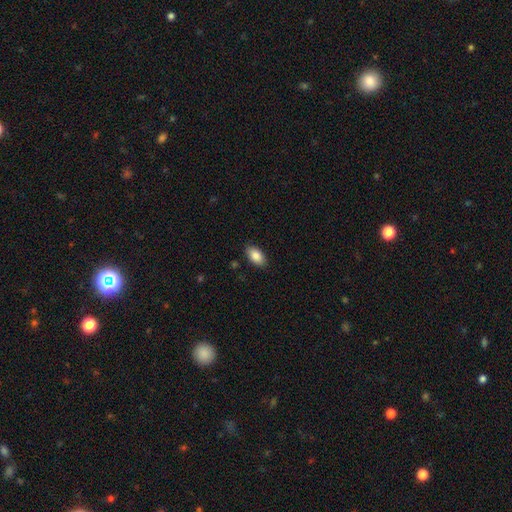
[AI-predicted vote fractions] This is clearly a smooth galaxy (86%). How rounded: clearly in between (93%). Merging: clearly none (87%).